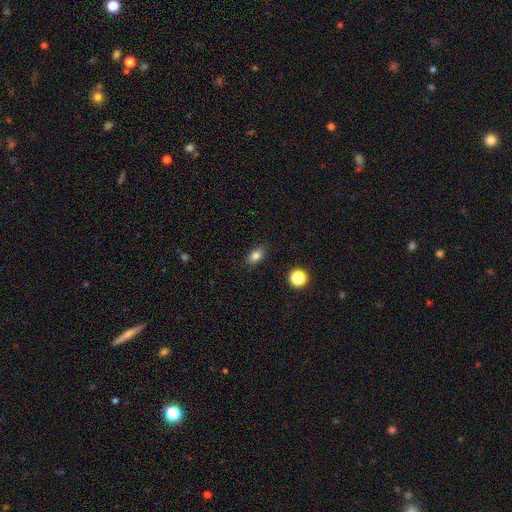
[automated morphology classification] Smooth or featured? Predicted: smooth (p=0.82). How rounded? Predicted: in between (p=0.82). Merging? Predicted: none (p=0.86).